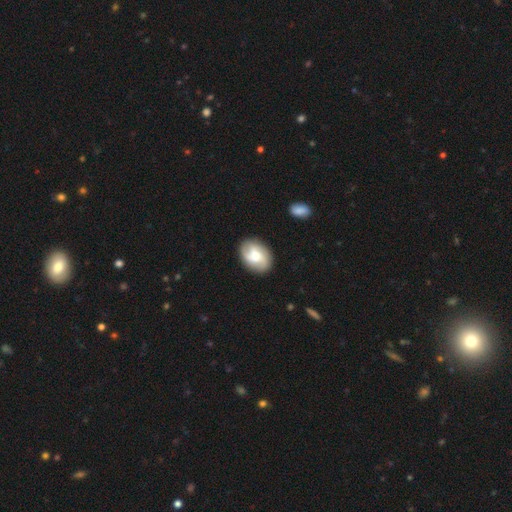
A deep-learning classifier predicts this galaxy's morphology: This is possibly a featured or disk galaxy (57%). It is clearly not viewed edge-on (97%). Bar: possibly no (51%). Spiral arm pattern: clearly yes (90%). Central bulge: possibly moderate (52%). Merging: clearly none (84%).